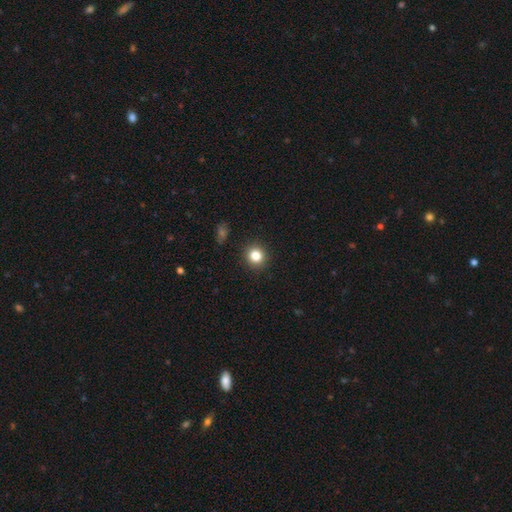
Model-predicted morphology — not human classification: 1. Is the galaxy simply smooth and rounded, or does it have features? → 83% smooth, 12% star or artifact, 5% featured or disk.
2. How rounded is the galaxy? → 89% round, 10% in between, 1% cigar-shaped.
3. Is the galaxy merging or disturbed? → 91% none, 6% minor disturbance, 2% major disturbance, 1% merger.